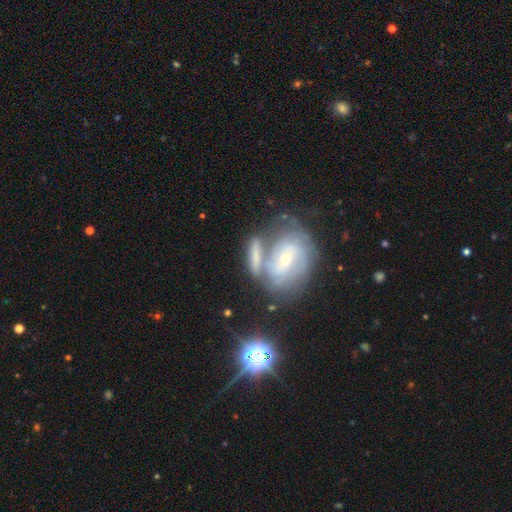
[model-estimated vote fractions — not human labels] Smooth or featured? featured or disk (56%)
Edge-on disk? no (86%)
Merging? merger (39%)